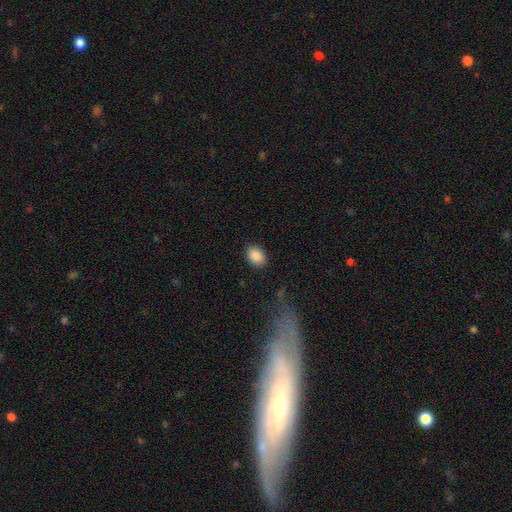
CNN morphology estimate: Smooth or featured?
  - smooth: 89% *
  - star or artifact: 8%
  - featured or disk: 3%
How rounded?
  - in between: 77% *
  - round: 22%
  - cigar-shaped: 1%
Merging?
  - none: 86% *
  - minor disturbance: 10%
  - major disturbance: 3%
  - merger: 1%